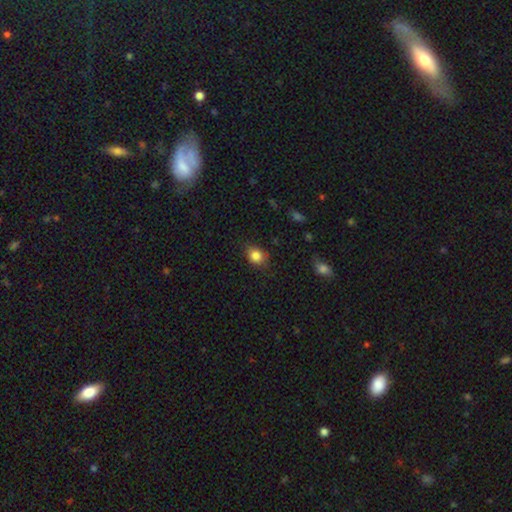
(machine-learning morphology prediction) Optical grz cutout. It shows a smooth galaxy with no disk features (84%) that is round (51%). Merging: none (78%).